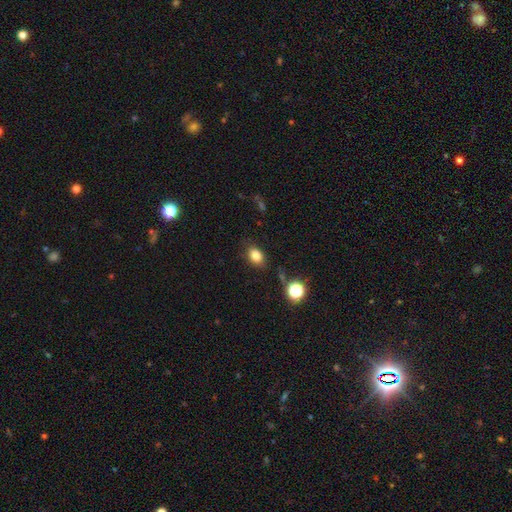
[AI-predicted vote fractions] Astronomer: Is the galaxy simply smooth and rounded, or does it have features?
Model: smooth — 81%.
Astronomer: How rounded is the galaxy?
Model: in between — 76%.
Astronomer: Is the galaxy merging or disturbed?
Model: none — 80%.